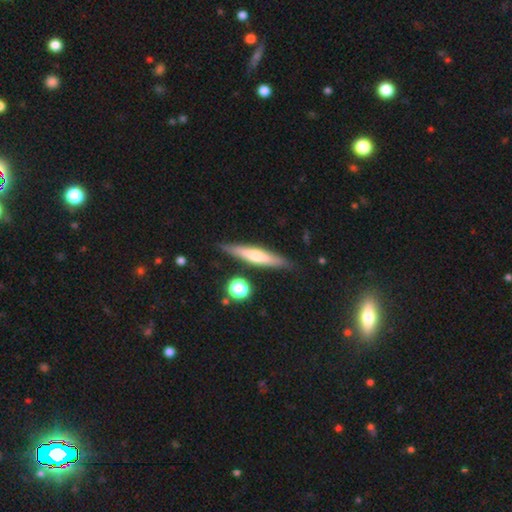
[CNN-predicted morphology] Q: Smooth or featured?
A: featured or disk (47%); tied with: smooth (47%)
Q: Merging?
A: none (85%); runner-up: minor disturbance (10%)